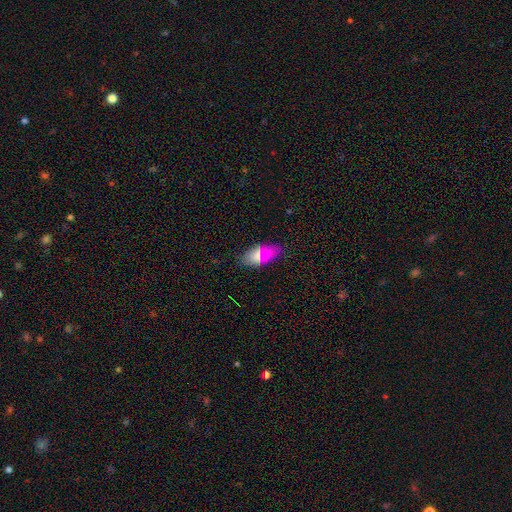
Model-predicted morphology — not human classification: smooth 70%, star or artifact 17%, featured or disk 13%. Down the decision tree: how rounded — in between (83%); merging — none (83%).